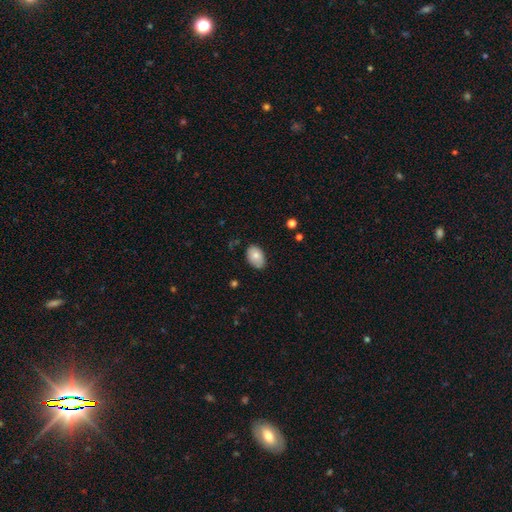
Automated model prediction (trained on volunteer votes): A smooth galaxy with no disk features (79%) that is in between round and cigar-shaped (88%). Merging: none (74%).